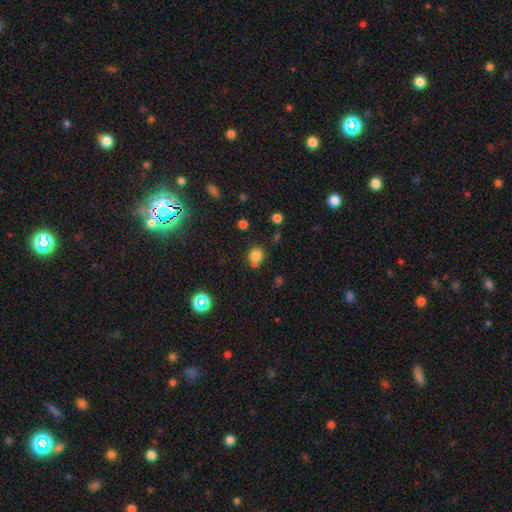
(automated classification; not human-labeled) Morphology: type=smooth (78%); roundness=round (76%); merging=none (62%).